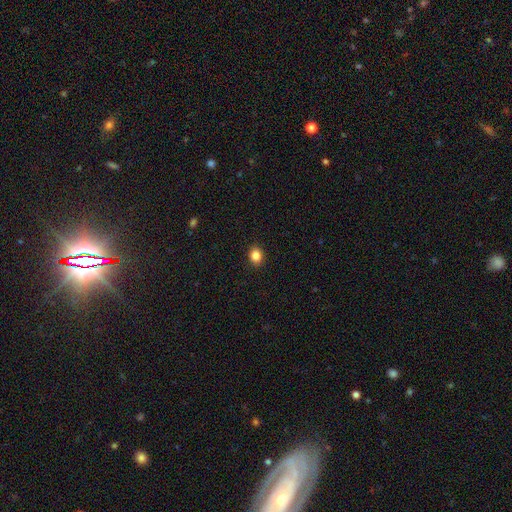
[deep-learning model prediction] A smooth galaxy with no disk features (85%) that is round (64%).

Vote fractions:
- Smooth or featured? smooth: 85% / star or artifact: 11% / featured or disk: 4%
- How rounded? round: 64% / in between: 35% / cigar-shaped: 1%
- Merging? none: 92% / minor disturbance: 6% / major disturbance: 2% / merger: 1%